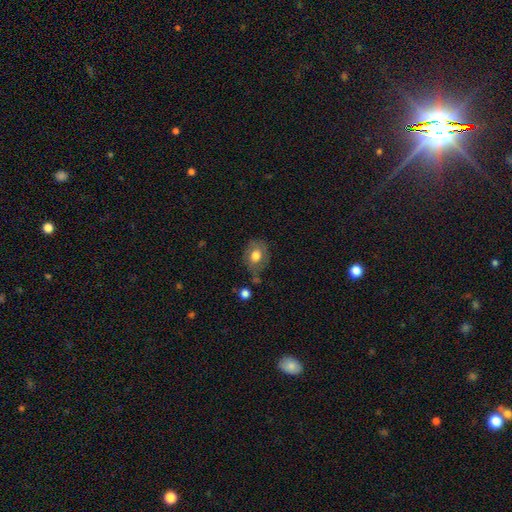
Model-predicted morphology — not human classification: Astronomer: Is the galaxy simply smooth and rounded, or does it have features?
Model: smooth — 67%.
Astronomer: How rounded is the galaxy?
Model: in between — 49%, tied with round at 49%.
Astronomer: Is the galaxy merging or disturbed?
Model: none — 57%.